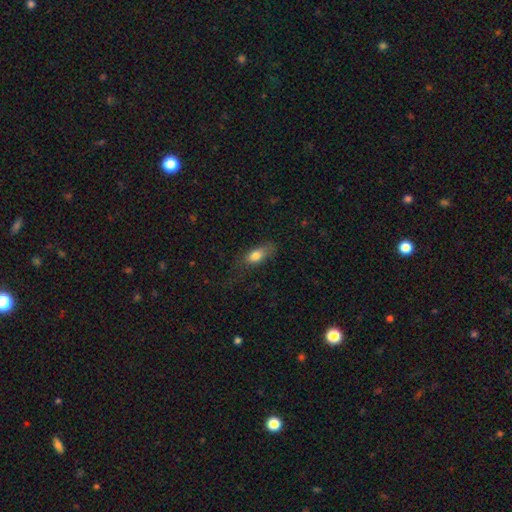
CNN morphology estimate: Q: Smooth or featured?
A: smooth (77%); runner-up: featured or disk (14%)
Q: How rounded?
A: in between (80%); runner-up: cigar-shaped (14%)
Q: Merging?
A: none (59%); runner-up: minor disturbance (26%)